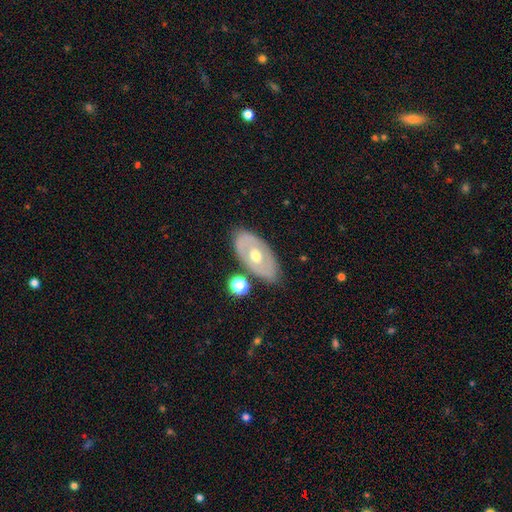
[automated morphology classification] This appears to be a featured or disk galaxy (60%) with no bar (85%), no spiral arms (82%) and a moderate central bulge (78%). Merging: none (76%).